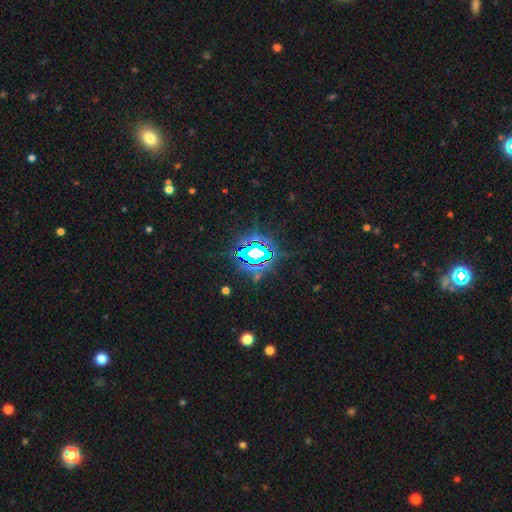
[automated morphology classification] star or artifact 77%, featured or disk 12%, smooth 11%.